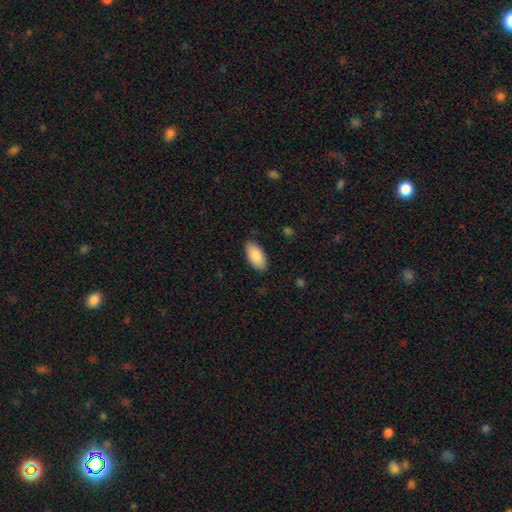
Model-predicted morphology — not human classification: A smooth galaxy with no disk features (87%) that is in between round and cigar-shaped (94%). Merging: none (86%).